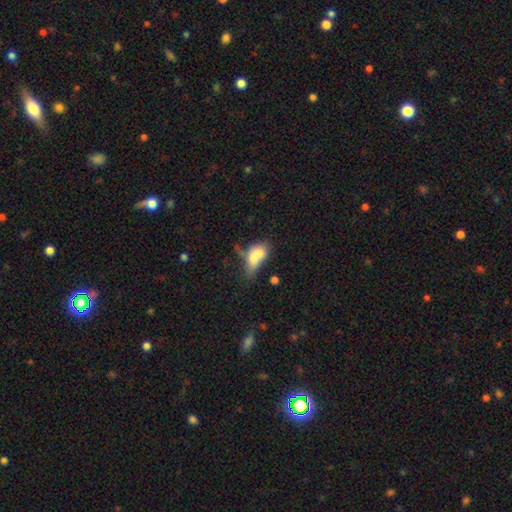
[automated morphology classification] smooth 65%, featured or disk 25%, star or artifact 10%. Down the decision tree: how rounded — in between (74%); merging — merger (58%).